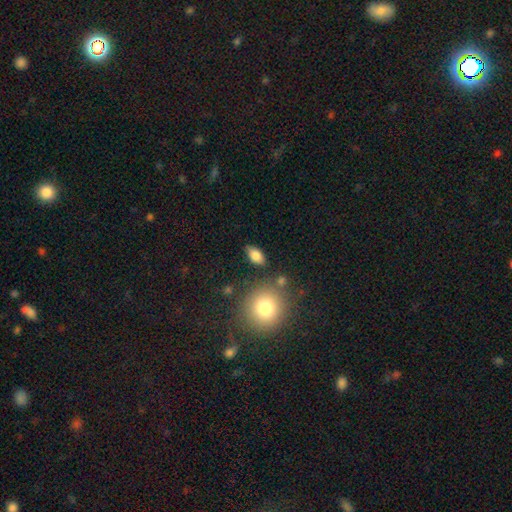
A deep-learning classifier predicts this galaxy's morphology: A smooth galaxy with no disk features (83%) that is in between round and cigar-shaped (88%). Merging: none (81%).